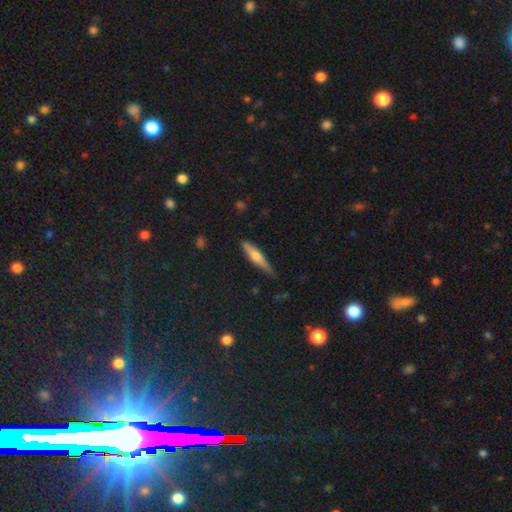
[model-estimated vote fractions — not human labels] A smooth galaxy with no disk features (52%) that is cigar-shaped (84%).

Vote fractions:
- Smooth or featured? smooth: 52% / featured or disk: 42% / star or artifact: 7%
- How rounded? cigar-shaped: 84% / in between: 14% / round: 2%
- Merging? none: 72% / minor disturbance: 22% / major disturbance: 4% / merger: 2%